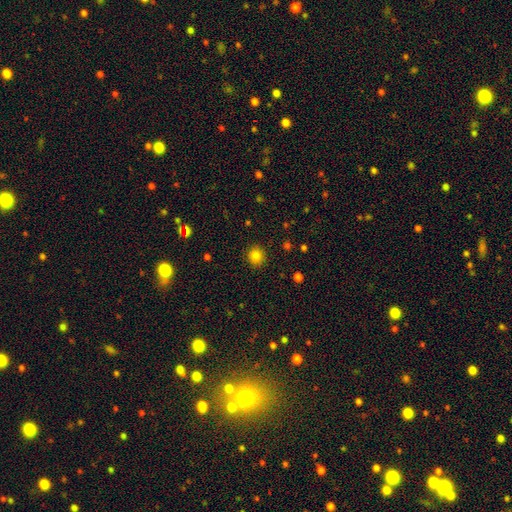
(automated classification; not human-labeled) Q: Smooth or featured?
A: smooth (83%); runner-up: star or artifact (12%)
Q: How rounded?
A: round (84%); runner-up: in between (15%)
Q: Merging?
A: none (90%); runner-up: minor disturbance (6%)